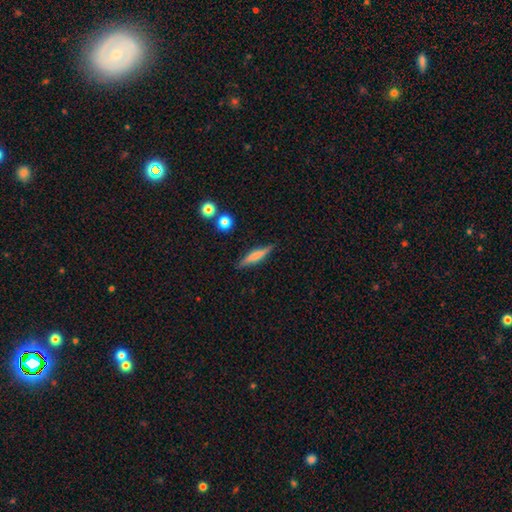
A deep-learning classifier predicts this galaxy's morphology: This appears to be a smooth galaxy with no disk features (57%) that is cigar-shaped (85%). Merging: none (83%).